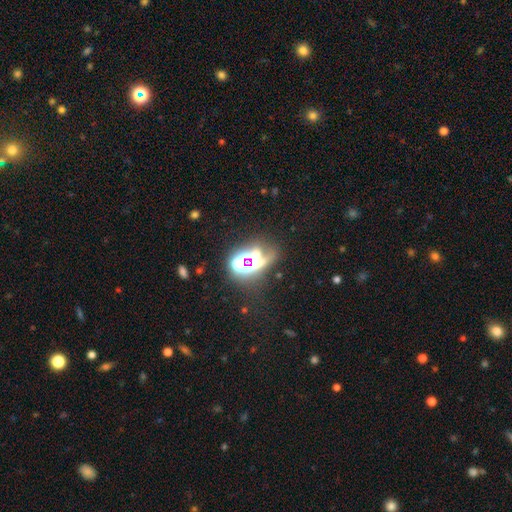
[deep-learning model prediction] Morphology: type=star or artifact (60%).